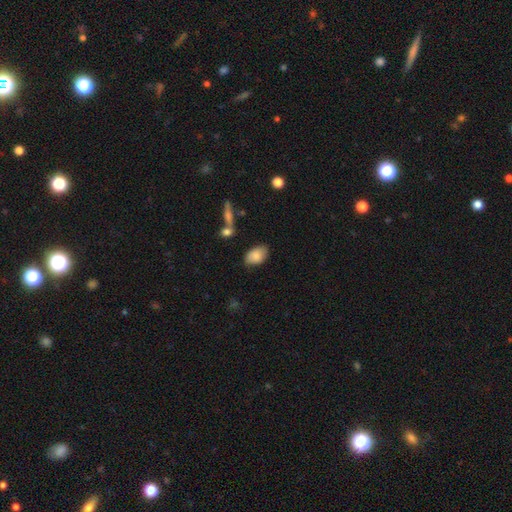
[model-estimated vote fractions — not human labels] smooth 83%, featured or disk 11%, star or artifact 7%. Down the decision tree: how rounded — in between (92%); merging — none (75%).